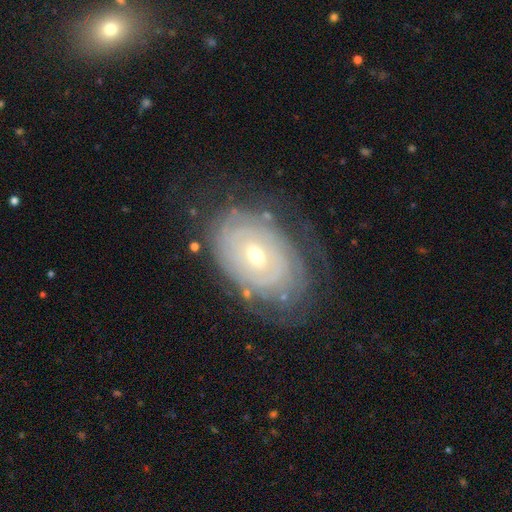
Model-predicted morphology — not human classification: smooth-or-featured: featured or disk: 81% | smooth: 13% | star or artifact: 6%
  disk-edge-on: no: 95% | yes: 5%
    bar: no: 56% | weak: 34% | strong: 10%
    has-spiral-arms: yes: 88% | no: 12%
      spiral-winding: tight: 84% | medium: 12% | loose: 4%
      spiral-arm-count: can't tell: 56% | 2: 16% | 3: 8% | 4: 8% | more than 4: 7% | 1: 5%
    bulge-size: small: 51% | moderate: 46% | large: 2% | none: 1% | dominant: 1%
  merging: none: 71% | minor disturbance: 18% | major disturbance: 9% | merger: 2%